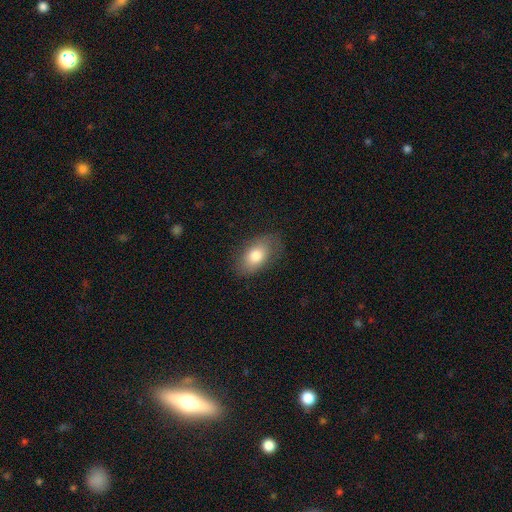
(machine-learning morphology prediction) This is likely a smooth galaxy (78%). How rounded: clearly in between (90%). Merging: likely none (78%).